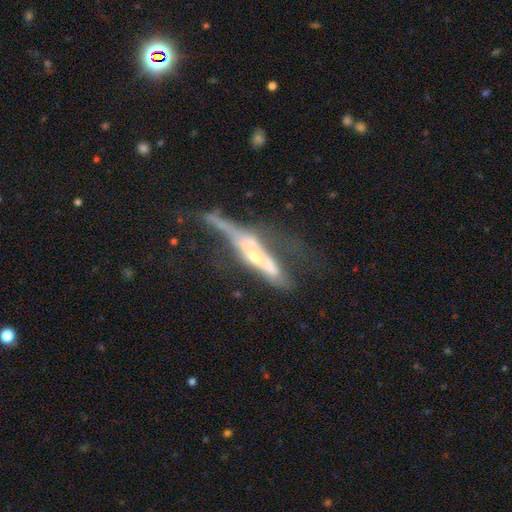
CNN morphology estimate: smooth_or_featured: featured or disk (p=0.69) [alt: smooth p=0.23]
disk_edge_on: yes (p=0.64) [alt: no p=0.36]
merging: major disturbance (p=0.36) [alt: merger p=0.28]